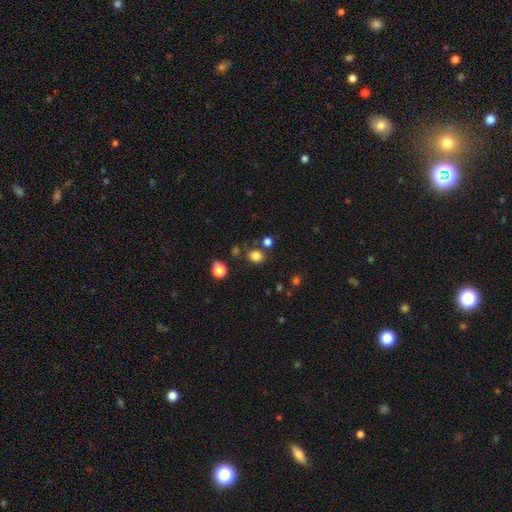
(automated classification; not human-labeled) The model was most divided on "how rounded": round: 67%, in between: 32%, cigar-shaped: 1%. More confident: smooth or featured — smooth (81%); merging — none (77%).